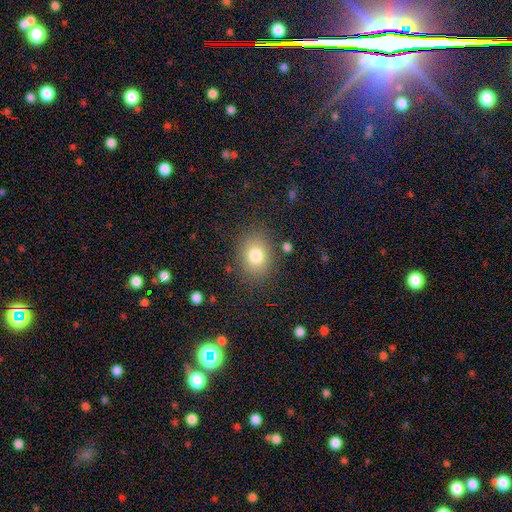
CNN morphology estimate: Overall: smooth (79%). How rounded: in between (53%; round 46%). Merging: none (82%).